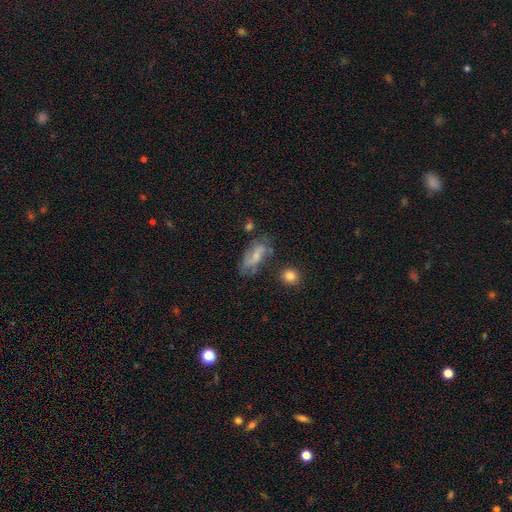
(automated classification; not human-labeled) Smooth or featured? smooth (52%)
How rounded? in between (81%)
Merging? none (53%)